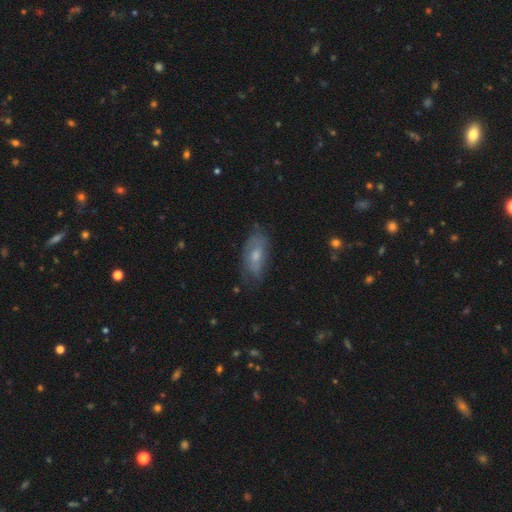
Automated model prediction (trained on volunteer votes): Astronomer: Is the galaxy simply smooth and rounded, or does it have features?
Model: smooth — 48% (runner-up: featured or disk, 43%).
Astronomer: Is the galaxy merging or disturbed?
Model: none — 62%.